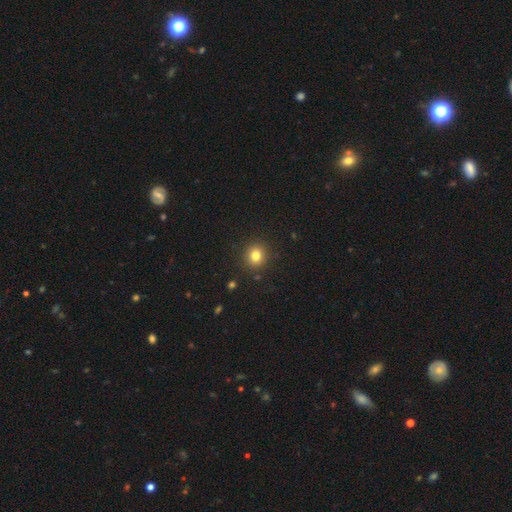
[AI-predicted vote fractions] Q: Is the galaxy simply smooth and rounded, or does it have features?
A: smooth — 80%.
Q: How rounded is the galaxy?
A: round — 87%.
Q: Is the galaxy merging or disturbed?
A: none — 90%.